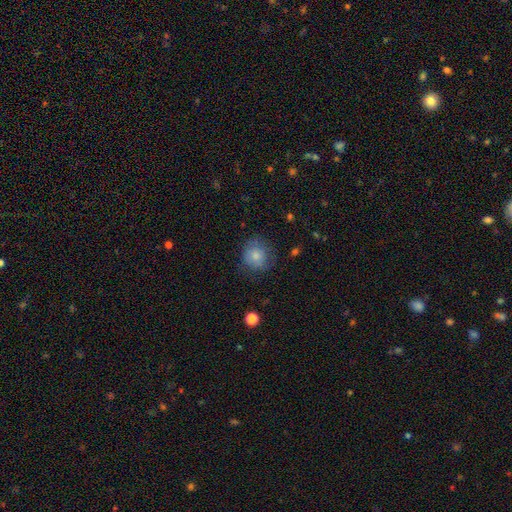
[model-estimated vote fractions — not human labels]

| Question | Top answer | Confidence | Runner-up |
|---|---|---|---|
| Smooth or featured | smooth | 78% | featured or disk (14%) |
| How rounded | round | 81% | in between (18%) |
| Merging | none | 68% | minor disturbance (22%) |